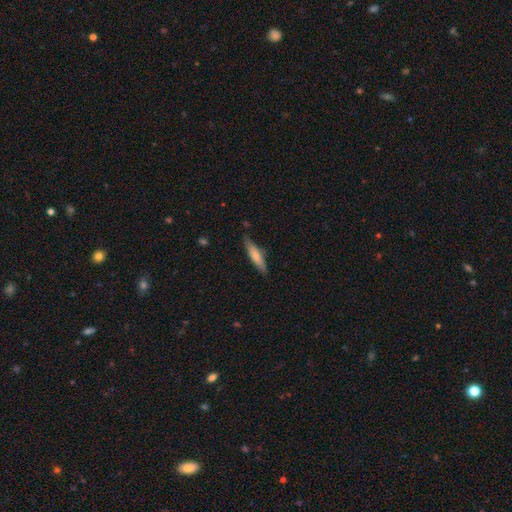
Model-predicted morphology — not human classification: Smooth or featured? smooth (68%)
How rounded? cigar-shaped (83%)
Merging? none (83%)